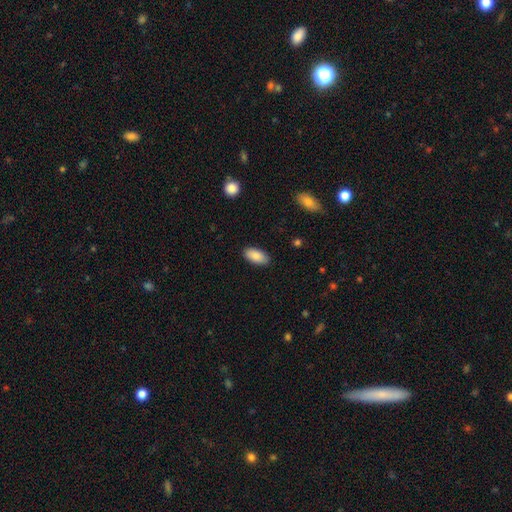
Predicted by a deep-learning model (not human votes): smooth_or_featured: smooth (p=0.87) [alt: star or artifact p=0.07]
how_rounded: in between (p=0.94) [alt: cigar-shaped p=0.04]
merging: none (p=0.88) [alt: minor disturbance p=0.09]